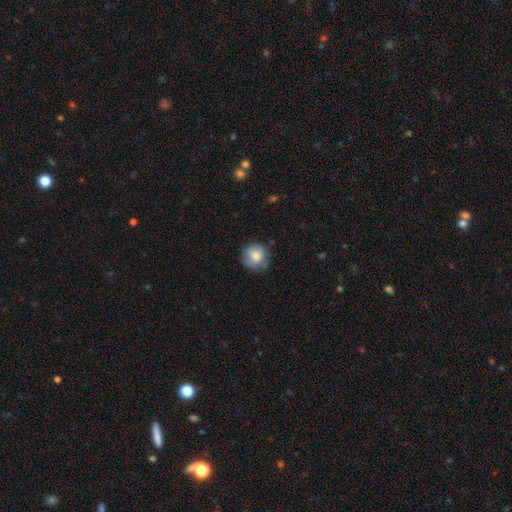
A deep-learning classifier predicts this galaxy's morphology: A smooth galaxy with no disk features (78%) that is round (87%). Merging: none (67%).